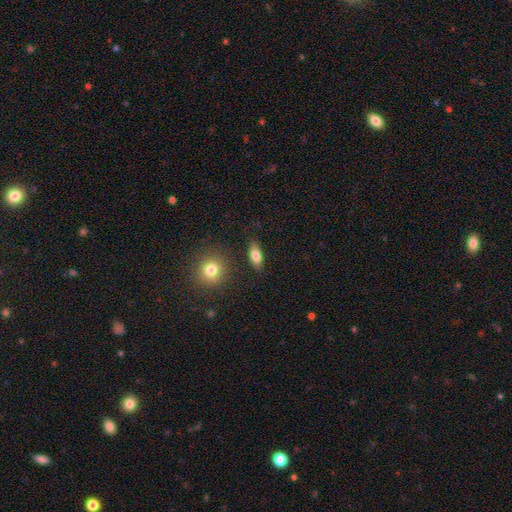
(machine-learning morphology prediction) The model was most divided on "smooth or featured": smooth: 77%, featured or disk: 16%, star or artifact: 8%. More confident: merging — none (85%); how rounded — in between (78%).